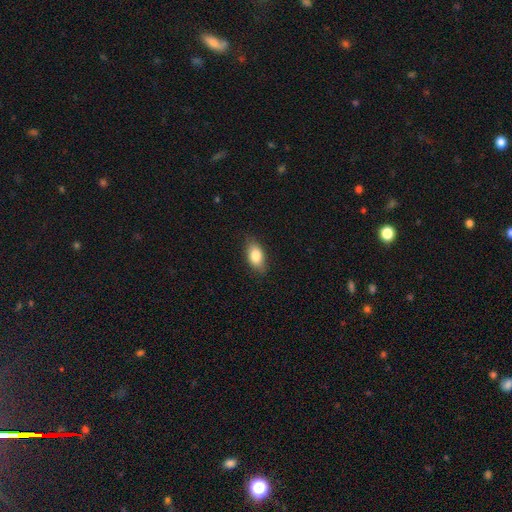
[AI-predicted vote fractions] Smooth or featured?
  - smooth: 83% *
  - featured or disk: 10%
  - star or artifact: 7%
How rounded?
  - in between: 89% *
  - round: 7%
  - cigar-shaped: 5%
Merging?
  - none: 82% *
  - minor disturbance: 14%
  - major disturbance: 3%
  - merger: 1%